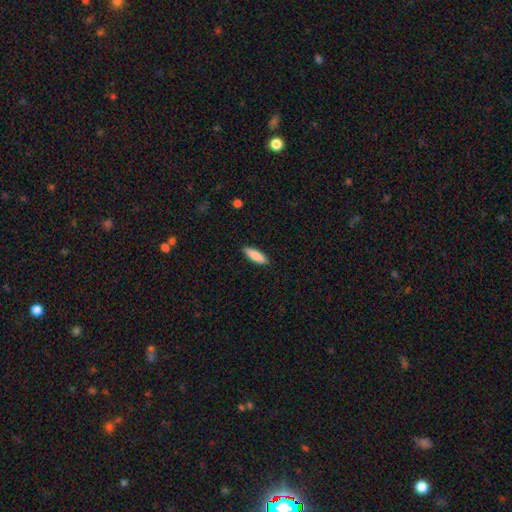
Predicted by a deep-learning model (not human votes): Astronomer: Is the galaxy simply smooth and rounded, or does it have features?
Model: smooth — 85%.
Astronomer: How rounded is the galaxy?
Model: cigar-shaped — 56% (runner-up: in between, 42%).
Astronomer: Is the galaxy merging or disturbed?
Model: none — 89%.